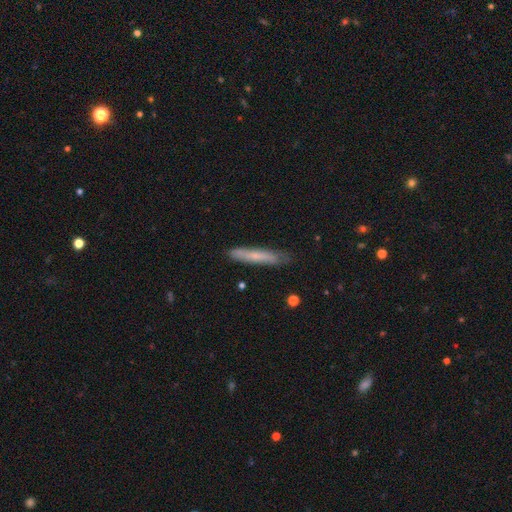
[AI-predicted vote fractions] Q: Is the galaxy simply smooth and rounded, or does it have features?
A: smooth — 60%.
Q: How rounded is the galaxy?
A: cigar-shaped — 92%.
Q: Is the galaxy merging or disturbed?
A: none — 77%.